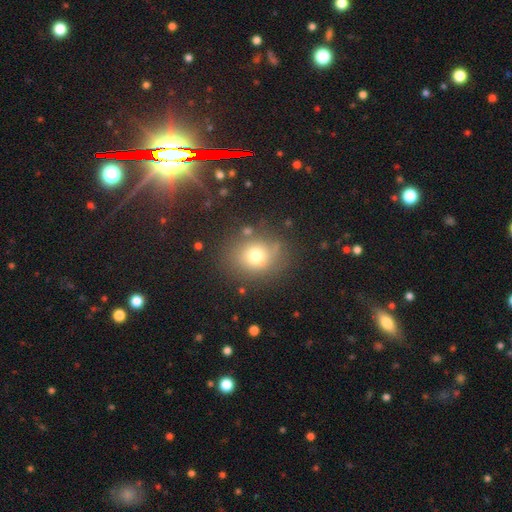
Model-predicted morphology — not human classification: smooth 71%, star or artifact 15%, featured or disk 14%. Down the decision tree: how rounded — round (73%); merging — none (74%).